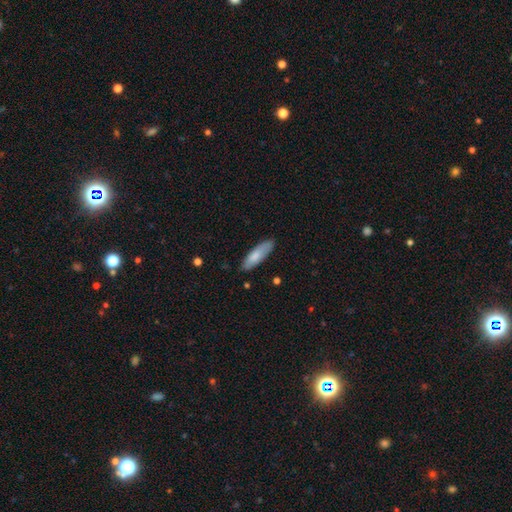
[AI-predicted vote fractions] A smooth galaxy with no disk features (80%) that is cigar-shaped (52%).

Vote fractions:
- Smooth or featured? smooth: 80% / featured or disk: 14% / star or artifact: 5%
- How rounded? cigar-shaped: 52% / in between: 47% / round: 1%
- Merging? none: 84% / minor disturbance: 13% / major disturbance: 2% / merger: 1%